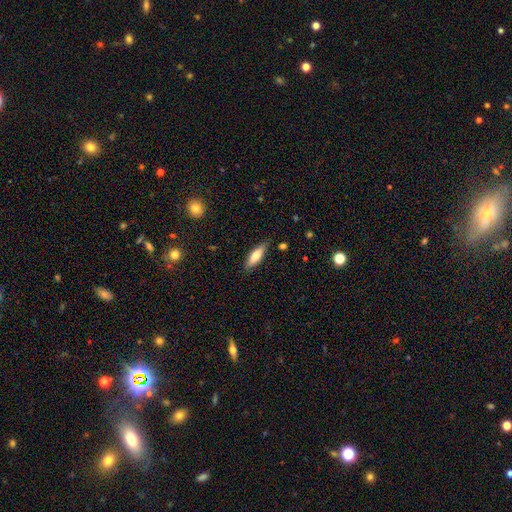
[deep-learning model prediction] smooth 68%, featured or disk 26%, star or artifact 6%. Down the decision tree: how rounded — cigar-shaped (57%); merging — none (85%).